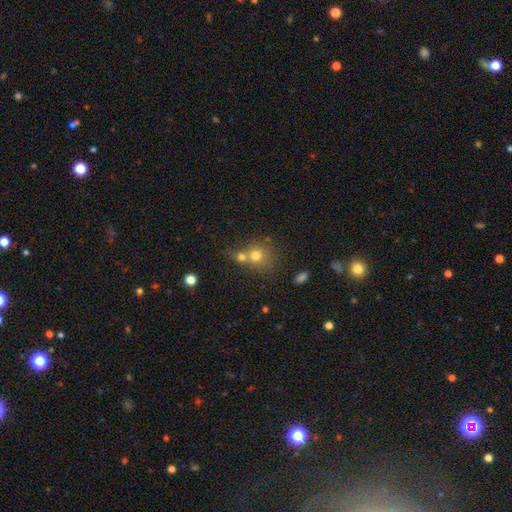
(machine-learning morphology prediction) The model was most divided on "merging": merger: 51%, none: 37%, minor disturbance: 8%, major disturbance: 4%. More confident: how rounded — round (81%); smooth or featured — smooth (72%).